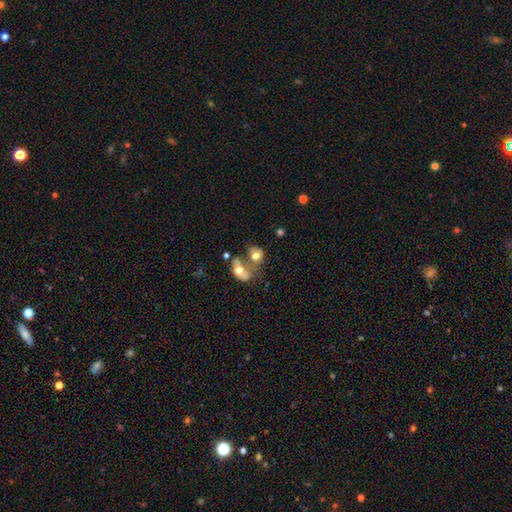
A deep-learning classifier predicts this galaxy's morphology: A smooth galaxy with no disk features (66%) that is round (49%, tied with in between). Merging: merger (61%).